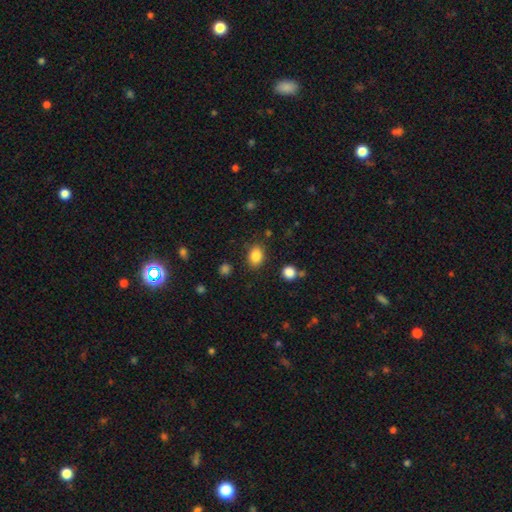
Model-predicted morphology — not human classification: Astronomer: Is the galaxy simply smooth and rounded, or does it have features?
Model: smooth — 85%.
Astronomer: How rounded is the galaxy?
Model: in between — 64%.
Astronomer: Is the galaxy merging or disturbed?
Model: none — 83%.